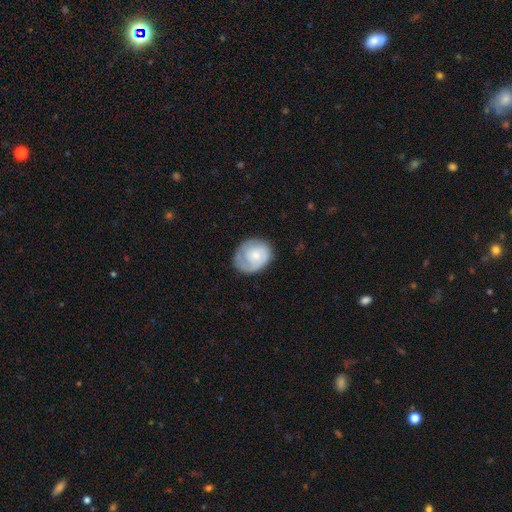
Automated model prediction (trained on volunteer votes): This is possibly a featured or disk galaxy (50%). Merging: likely none (61%).